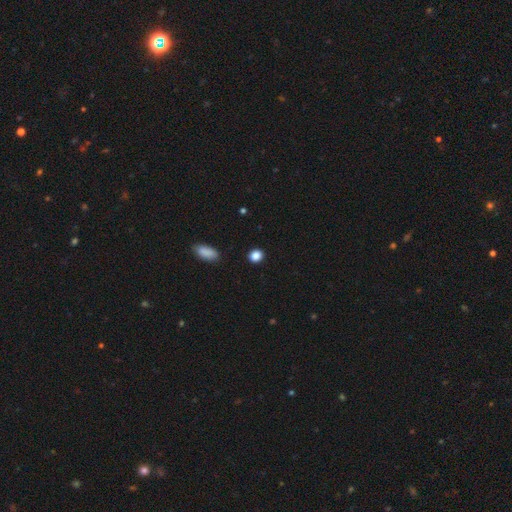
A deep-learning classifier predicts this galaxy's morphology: A smooth galaxy with no disk features (86%) that is round (72%). Merging: none (90%).